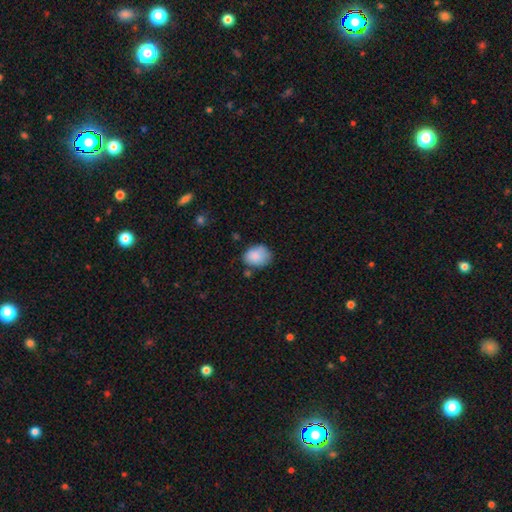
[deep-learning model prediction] A smooth galaxy with no disk features (86%) that is in between round and cigar-shaped (58%). Merging: none (66%).